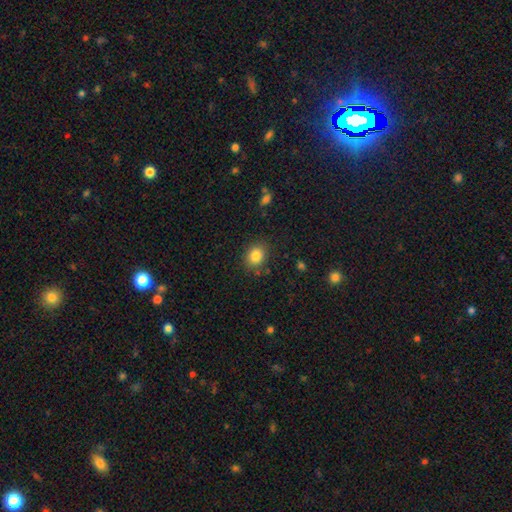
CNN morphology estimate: smooth 84%, star or artifact 10%, featured or disk 6%. Down the decision tree: how rounded — round (56%); merging — none (85%).